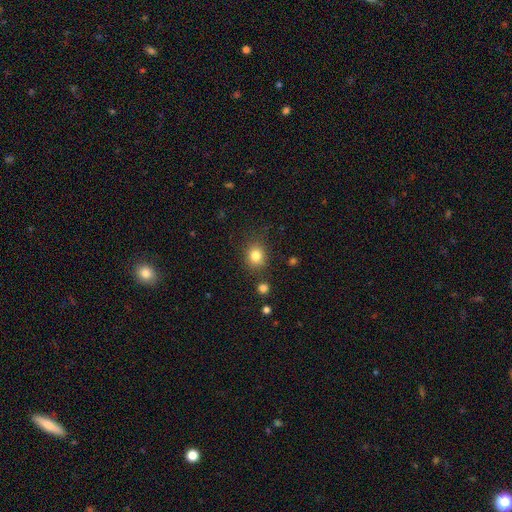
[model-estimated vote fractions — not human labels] Morphology: type=smooth (82%); roundness=round (75%); merging=none (82%).